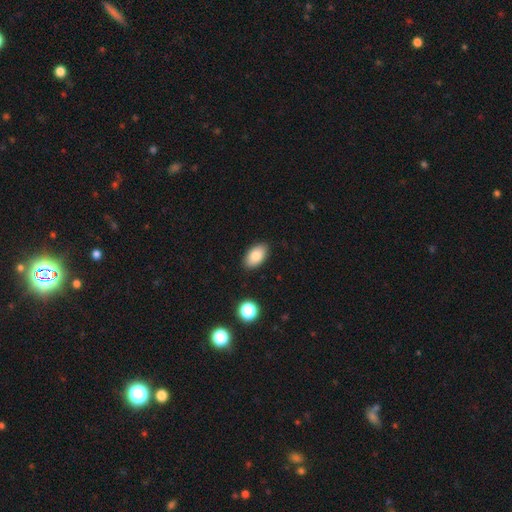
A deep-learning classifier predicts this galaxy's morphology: This is clearly a smooth galaxy (83%). How rounded: clearly in between (93%). Merging: clearly none (87%).